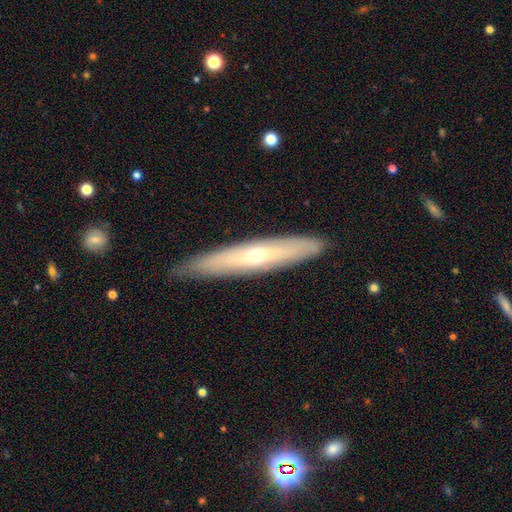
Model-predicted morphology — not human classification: Q: Smooth or featured?
A: featured or disk (59%); runner-up: smooth (35%)
Q: Edge-on disk?
A: yes (75%); runner-up: no (25%)
Q: Merging?
A: none (85%); runner-up: minor disturbance (11%)